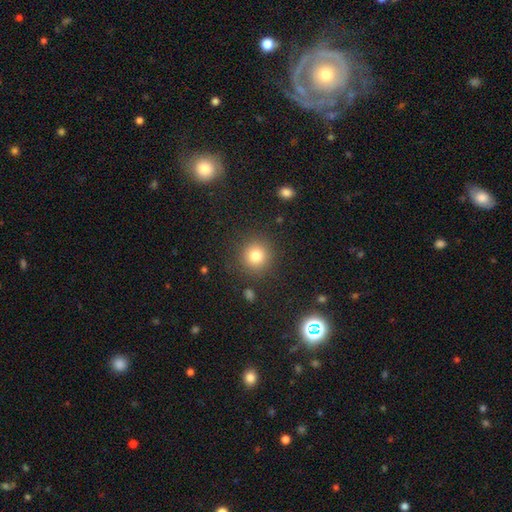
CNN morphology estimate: This is likely a smooth galaxy (80%). How rounded: clearly round (92%). Merging: clearly none (87%).